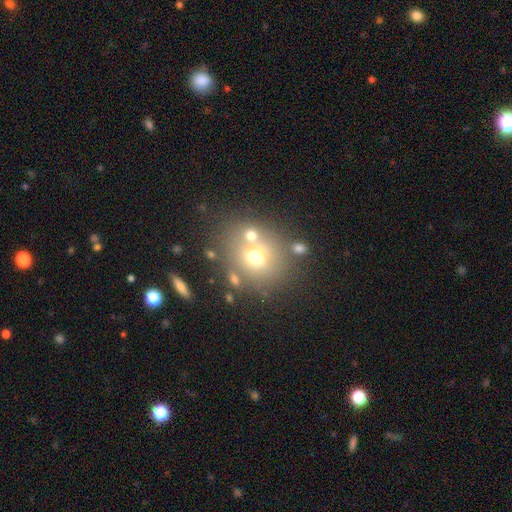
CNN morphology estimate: Smooth or featured: smooth — 63% (featured or disk — 20%)
How rounded: round — 78% (in between — 21%)
Merging: none — 59% (merger — 25%)